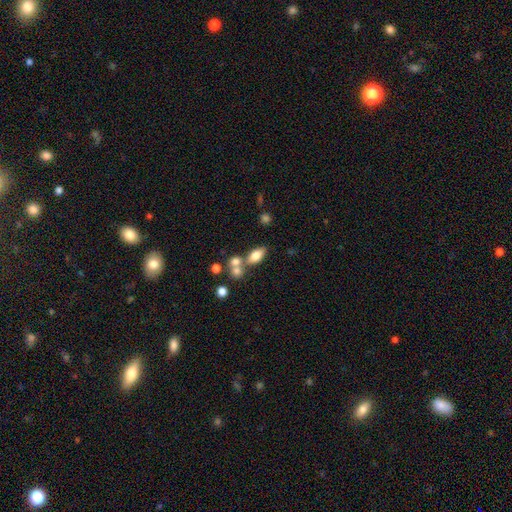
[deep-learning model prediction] Smooth or featured? Predicted: smooth (p=0.72). How rounded? Predicted: in between (p=0.81). Merging? Predicted: none (p=0.49).